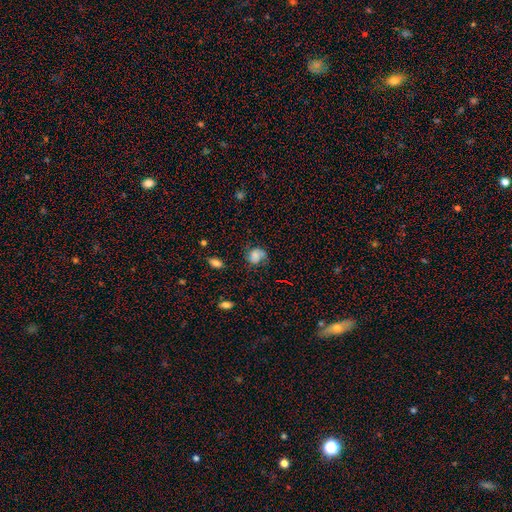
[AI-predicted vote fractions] A smooth galaxy with no disk features (57%) that is round (62%). Merging: none (52%).